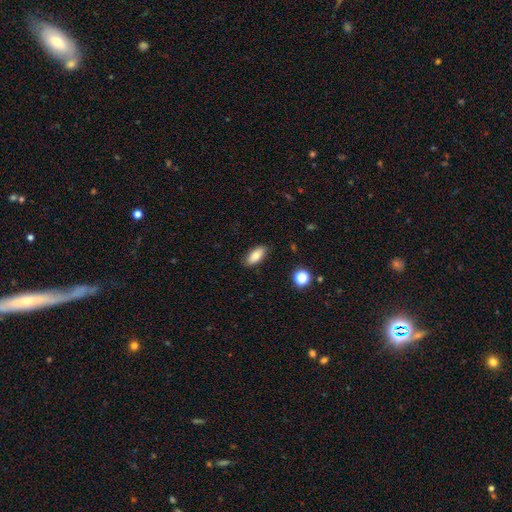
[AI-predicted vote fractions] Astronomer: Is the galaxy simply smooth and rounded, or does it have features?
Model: smooth — 80%.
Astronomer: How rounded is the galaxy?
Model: in between — 83%.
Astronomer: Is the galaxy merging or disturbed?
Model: none — 87%.